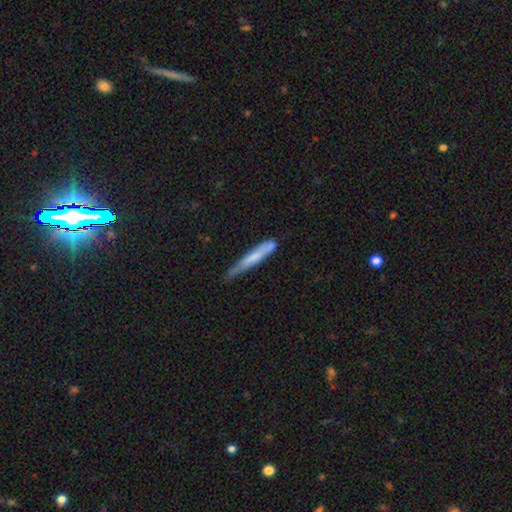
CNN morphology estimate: smooth 63%, featured or disk 31%, star or artifact 6%. Down the decision tree: how rounded — cigar-shaped (95%); merging — none (61%).